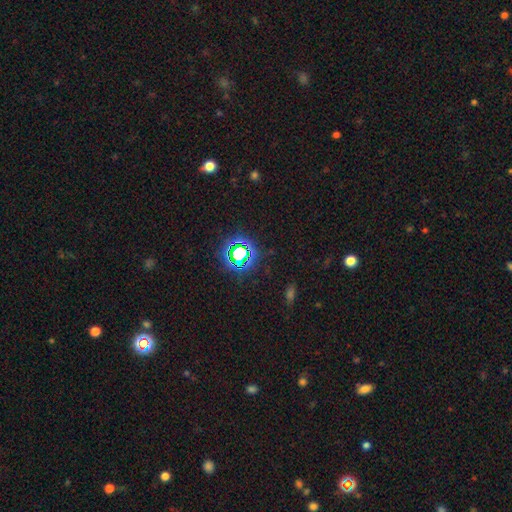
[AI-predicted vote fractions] Smooth or featured?
  - star or artifact: 75% *
  - smooth: 17%
  - featured or disk: 8%